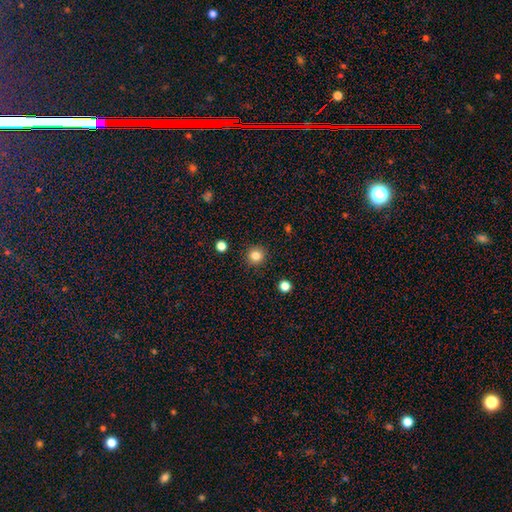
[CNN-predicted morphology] Smooth or featured: smooth — 83% (star or artifact — 12%)
How rounded: round — 94% (in between — 5%)
Merging: none — 92% (minor disturbance — 5%)